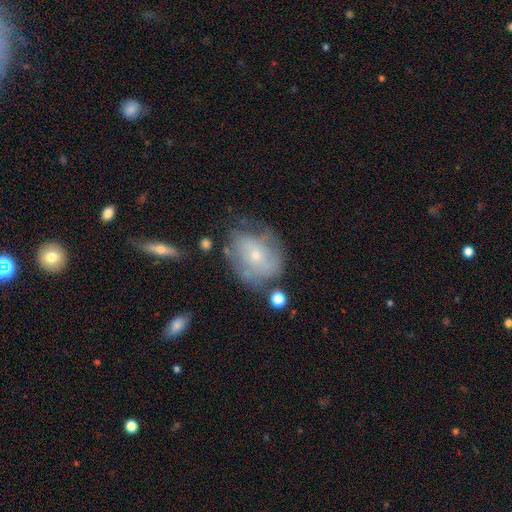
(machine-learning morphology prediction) featured or disk 51%, smooth 40%, star or artifact 9%. Down the decision tree: edge-on disk — no (94%); merging — none (50%).